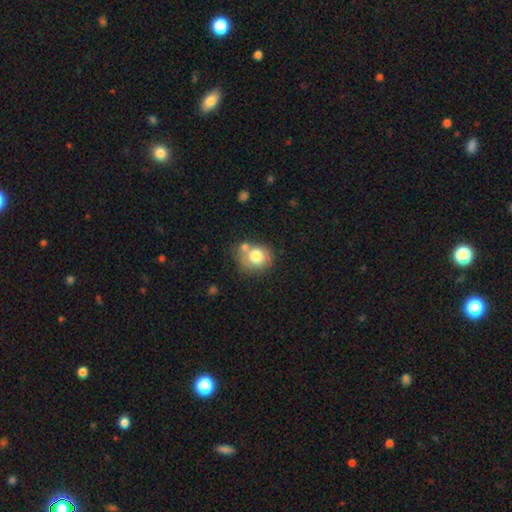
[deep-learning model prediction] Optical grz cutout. It shows a smooth galaxy with no disk features (74%) that is round (73%). Merging: none (54%).